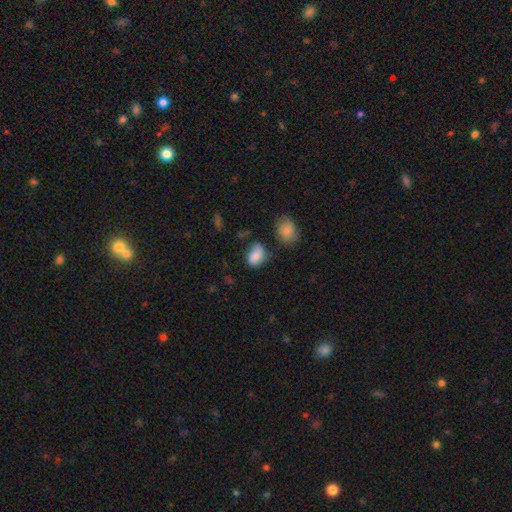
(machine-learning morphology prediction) This is likely a smooth galaxy (80%). How rounded: clearly in between (81%). Merging: possibly none (46%).